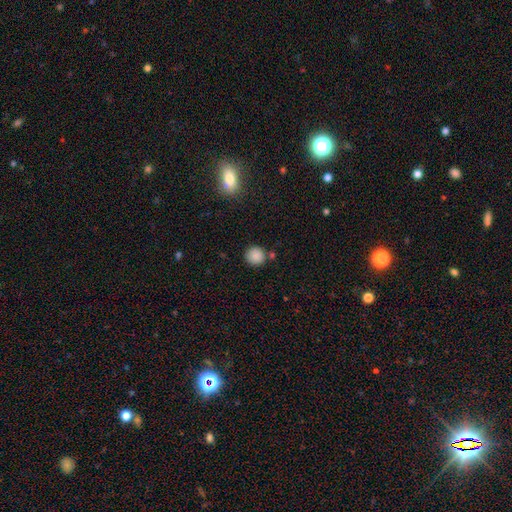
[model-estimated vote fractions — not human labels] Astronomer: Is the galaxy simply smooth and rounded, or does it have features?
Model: smooth — 87%.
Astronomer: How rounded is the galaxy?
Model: round — 93%.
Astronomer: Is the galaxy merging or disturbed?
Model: none — 81%.